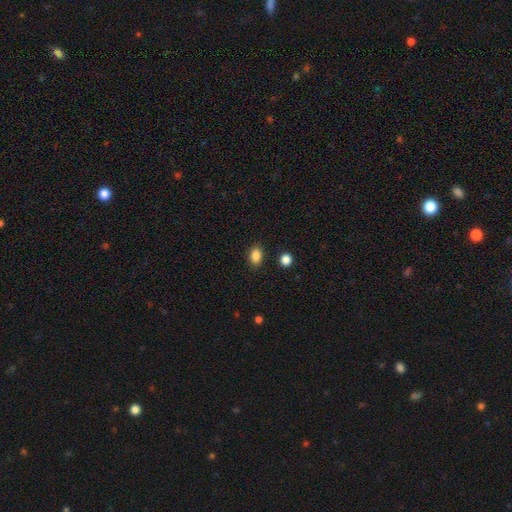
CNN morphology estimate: smooth-or-featured: smooth: 86% | star or artifact: 10% | featured or disk: 4%
  how-rounded: in between: 80% | round: 18% | cigar-shaped: 2%
  merging: none: 87% | minor disturbance: 8% | major disturbance: 2% | merger: 2%